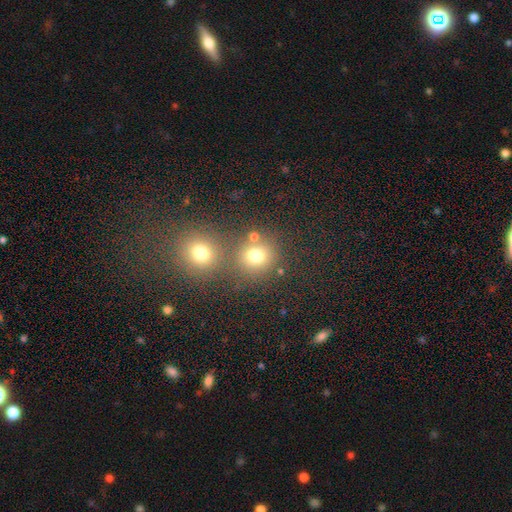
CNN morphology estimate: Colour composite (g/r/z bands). It shows a smooth galaxy with no disk features (74%) that is round (84%). Merging: none (60%).